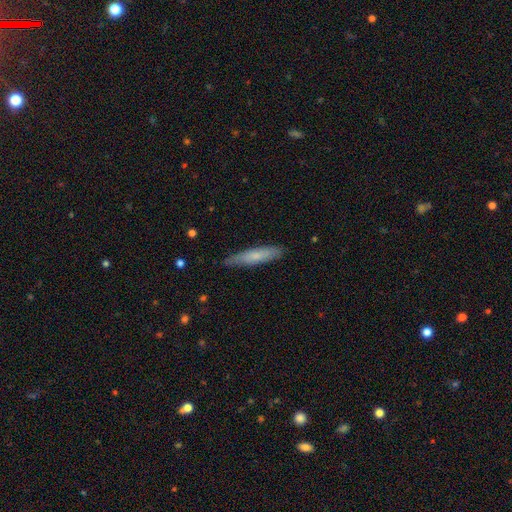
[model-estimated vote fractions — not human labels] This is likely a smooth galaxy (64%). How rounded: clearly cigar-shaped (86%). Merging: clearly none (80%).